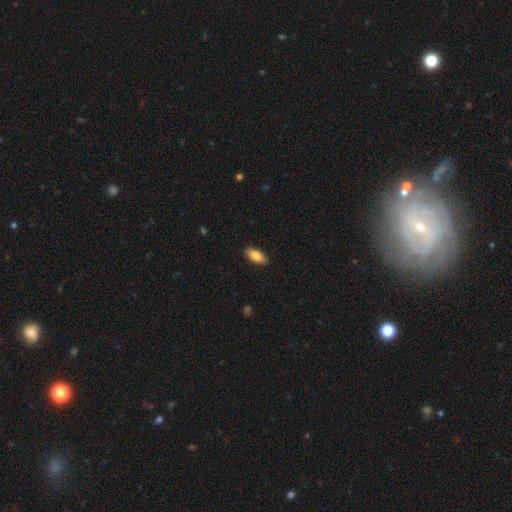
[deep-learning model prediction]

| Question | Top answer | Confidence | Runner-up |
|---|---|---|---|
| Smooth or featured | smooth | 83% | featured or disk (11%) |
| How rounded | in between | 86% | cigar-shaped (12%) |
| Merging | none | 89% | minor disturbance (8%) |